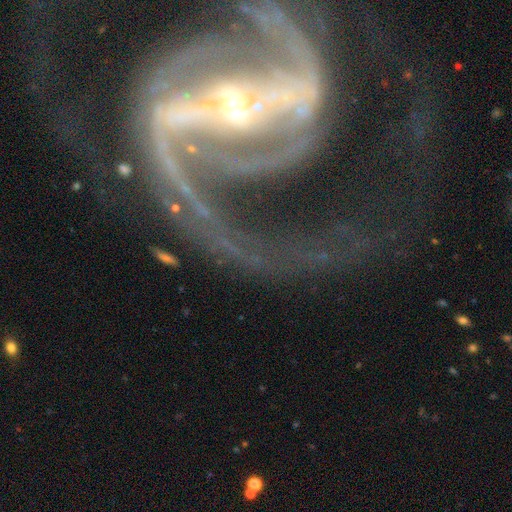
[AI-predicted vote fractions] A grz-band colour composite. It shows a featured or disk galaxy (88%) with a strong bar (59%), 2 (69%) medium (44%) spiral arms (93%) and a small central bulge (71%). Merging: none (44%).